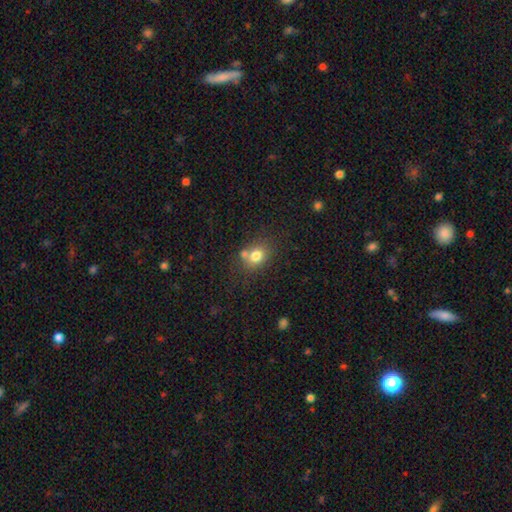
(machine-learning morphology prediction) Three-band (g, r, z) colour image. It shows a smooth galaxy with no disk features (76%) that is in between round and cigar-shaped (50%). Merging: none (58%).